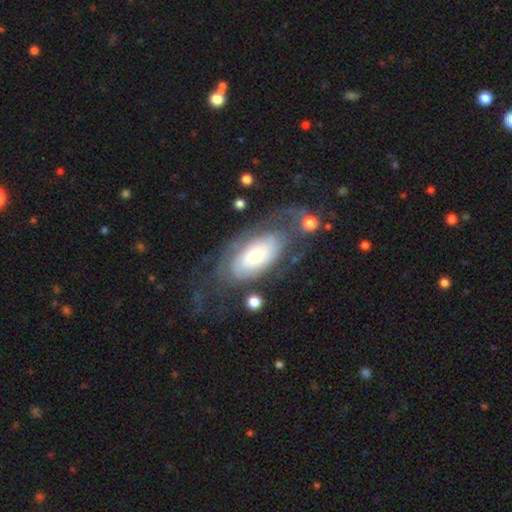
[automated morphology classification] Q: Smooth or featured?
A: featured or disk (65%); runner-up: smooth (29%)
Q: Edge-on disk?
A: no (92%); runner-up: yes (8%)
Q: Bar?
A: no (79%); runner-up: weak (15%)
Q: Spiral arms?
A: yes (77%); runner-up: no (23%)
Q: Bulge size?
A: moderate (42%); runner-up: small (37%)
Q: Merging?
A: none (53%); runner-up: major disturbance (23%)